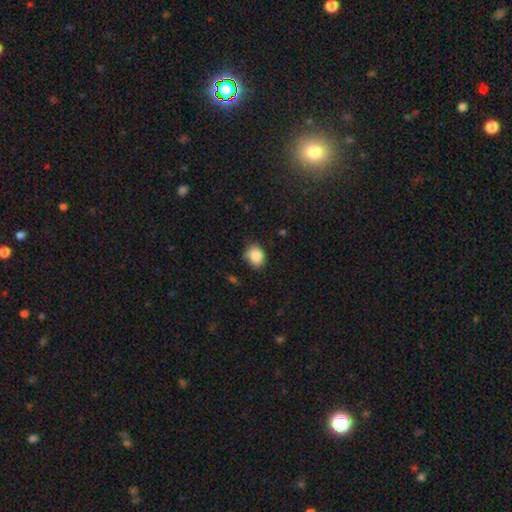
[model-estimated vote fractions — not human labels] smooth 86%, star or artifact 9%, featured or disk 5%. Down the decision tree: how rounded — round (54%); merging — none (69%).